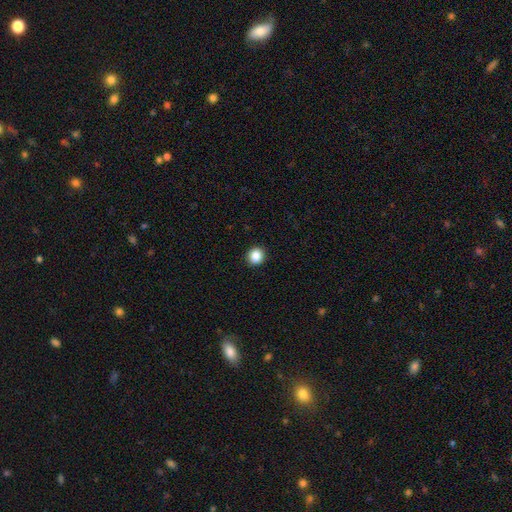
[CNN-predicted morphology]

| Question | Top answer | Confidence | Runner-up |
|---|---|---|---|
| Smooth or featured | smooth | 87% | star or artifact (9%) |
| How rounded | round | 88% | in between (11%) |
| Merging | none | 93% | minor disturbance (5%) |